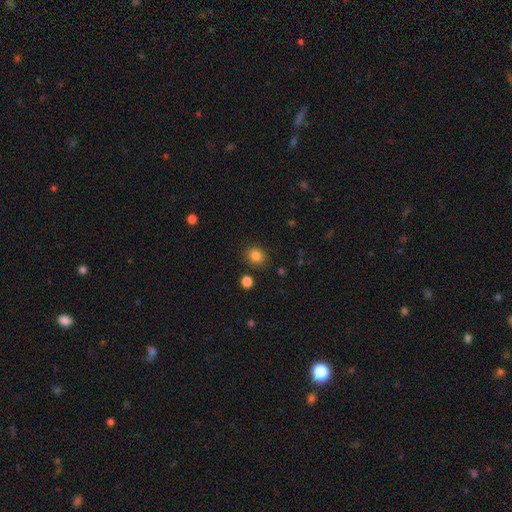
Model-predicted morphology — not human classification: A smooth galaxy with no disk features (84%) that is round (75%). Merging: none (85%).